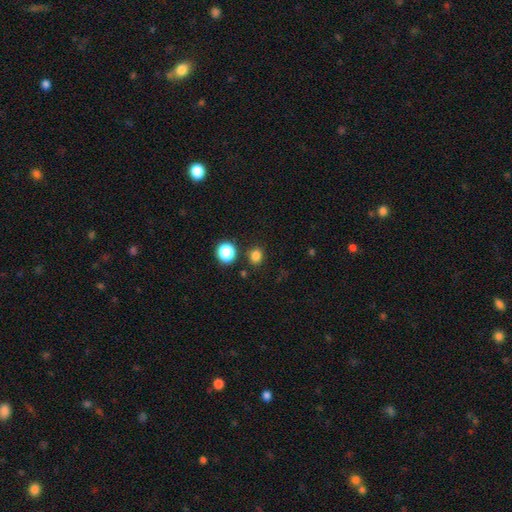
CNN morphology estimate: The model was most divided on "how rounded": round: 67%, in between: 32%, cigar-shaped: 1%. More confident: merging — none (83%); smooth or featured — smooth (81%).